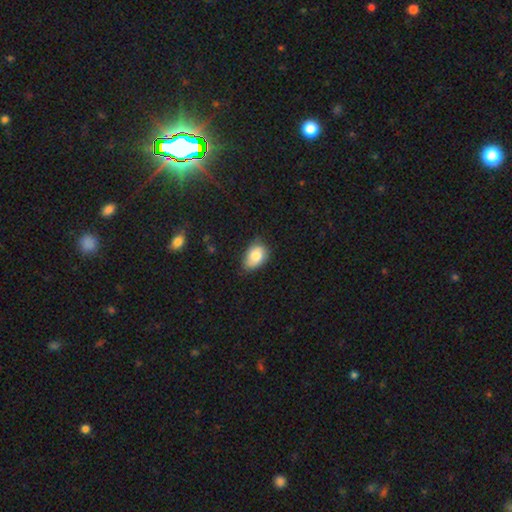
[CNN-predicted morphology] A smooth galaxy with no disk features (77%) that is in between round and cigar-shaped (86%). Merging: none (64%).